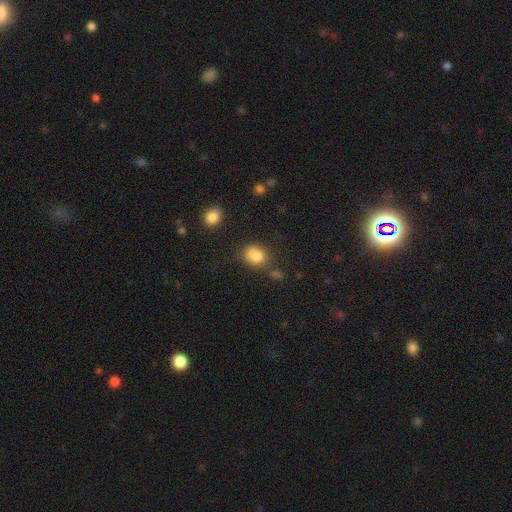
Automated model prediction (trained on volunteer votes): Q: Smooth or featured?
A: smooth (83%); runner-up: star or artifact (10%)
Q: How rounded?
A: round (53%); runner-up: in between (46%)
Q: Merging?
A: none (61%); runner-up: minor disturbance (21%)